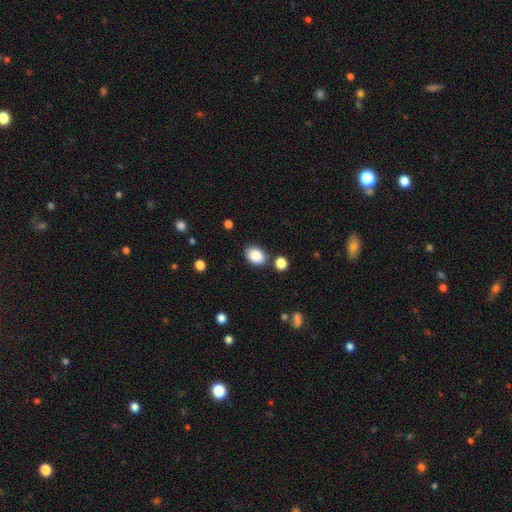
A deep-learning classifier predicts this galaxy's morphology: smooth 88%, star or artifact 8%, featured or disk 4%. Down the decision tree: how rounded — in between (73%); merging — none (81%).